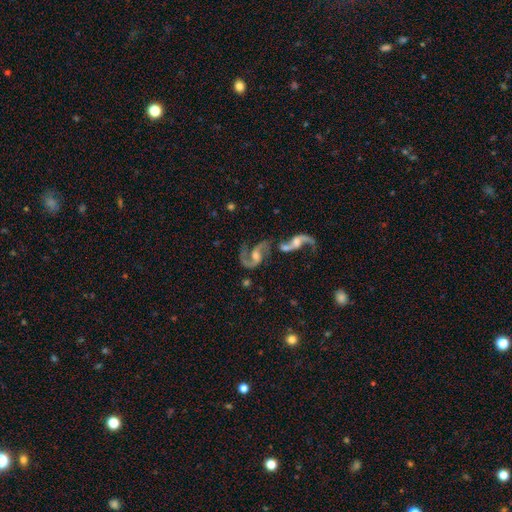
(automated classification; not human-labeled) The model was most divided on "bar": weak: 44%, no: 43%, strong: 13%. Remaining: edge-on disk — no (97%); spiral arms — yes (95%); smooth or featured — featured or disk (86%); spiral arm count — 2 (83%); spiral winding — loose (56%); bulge size — moderate (51%); merging — merger (44%).